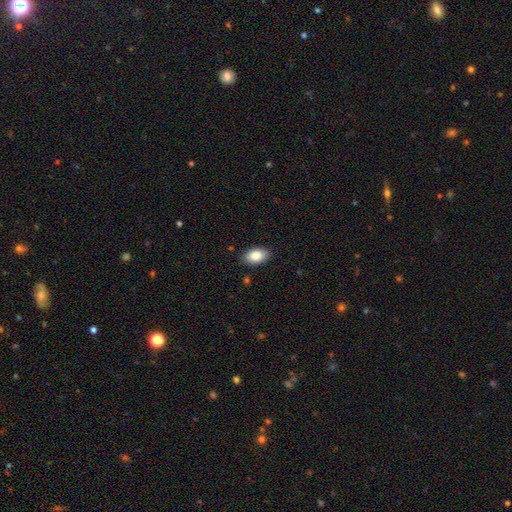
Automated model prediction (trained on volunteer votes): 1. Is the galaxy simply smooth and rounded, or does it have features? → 85% smooth, 8% featured or disk, 7% star or artifact.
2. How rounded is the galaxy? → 93% in between, 5% round, 2% cigar-shaped.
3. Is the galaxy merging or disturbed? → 87% none, 10% minor disturbance, 2% major disturbance, 1% merger.